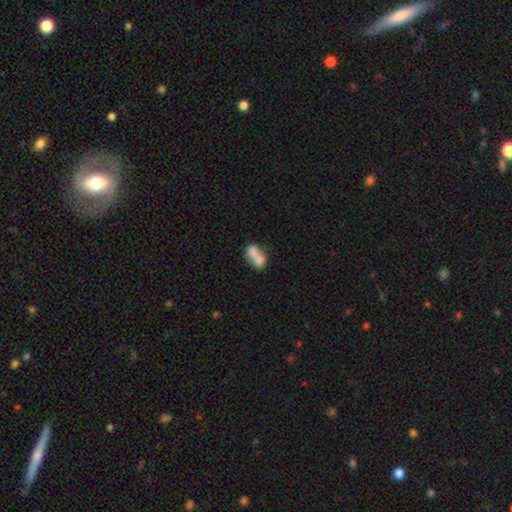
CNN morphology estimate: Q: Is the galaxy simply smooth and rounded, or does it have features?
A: smooth — 71%.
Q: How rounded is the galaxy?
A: in between — 78%.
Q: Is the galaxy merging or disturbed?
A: merger — 54%.